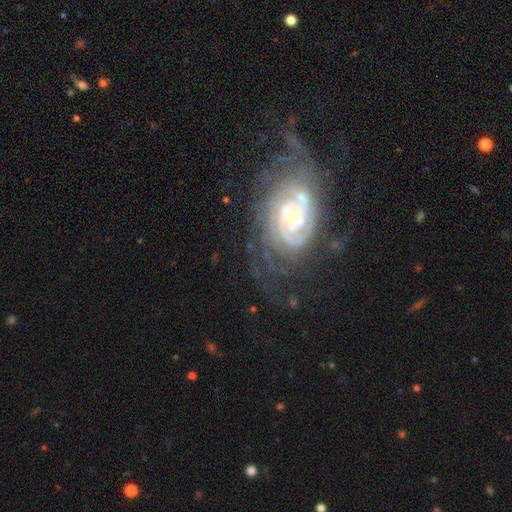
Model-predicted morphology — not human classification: Overall: featured or disk (75%). Edge-on disk: no (94%). Bar: no (54%; weak 34%). Spiral arms: yes (89%). Spiral arm count: can't tell (45%; 2 22%). Spiral winding: tight (58%; medium 30%). Bulge size: moderate (41%; small 31%). Merging: none (68%).